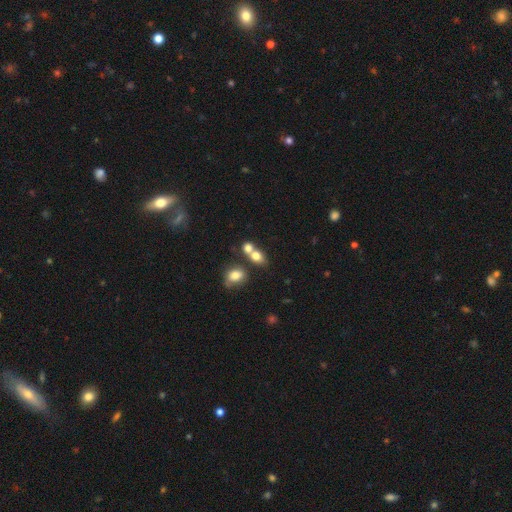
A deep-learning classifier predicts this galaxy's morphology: Smooth or featured: smooth — 75% (featured or disk — 13%)
How rounded: in between — 52% (round — 46%)
Merging: merger — 52% (none — 34%)